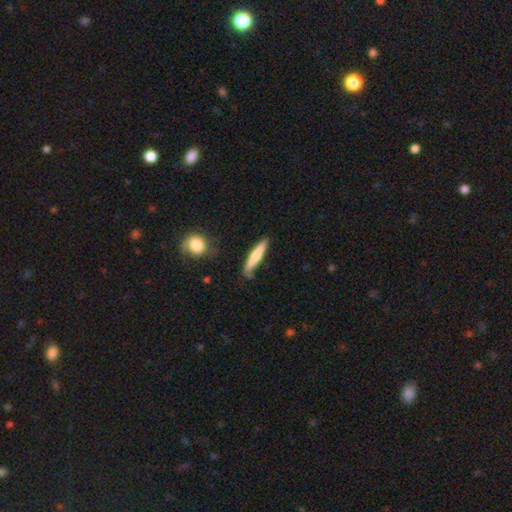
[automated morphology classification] smooth 67%, featured or disk 27%, star or artifact 6%. Down the decision tree: how rounded — cigar-shaped (89%); merging — none (76%).